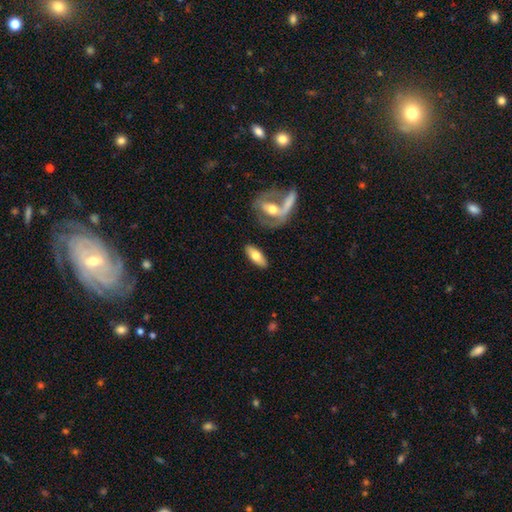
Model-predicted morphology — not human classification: smooth_or_featured: smooth (p=0.62) [alt: featured or disk p=0.32]
how_rounded: in between (p=0.71) [alt: cigar-shaped p=0.26]
merging: none (p=0.82) [alt: minor disturbance p=0.10]